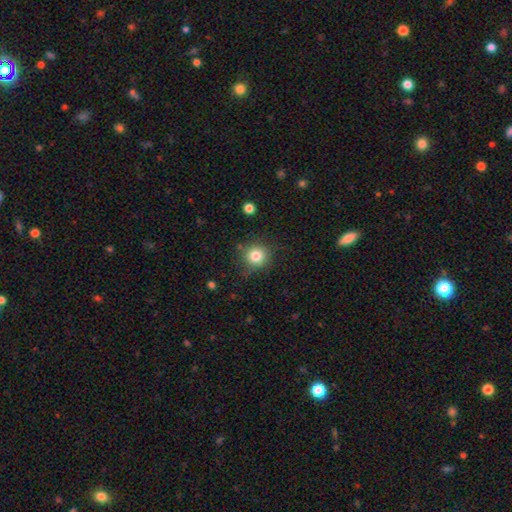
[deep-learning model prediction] smooth-or-featured: smooth: 81% | star or artifact: 12% | featured or disk: 7%
  how-rounded: round: 92% | in between: 8% | cigar-shaped: 1%
  merging: none: 83% | minor disturbance: 11% | major disturbance: 3% | merger: 3%